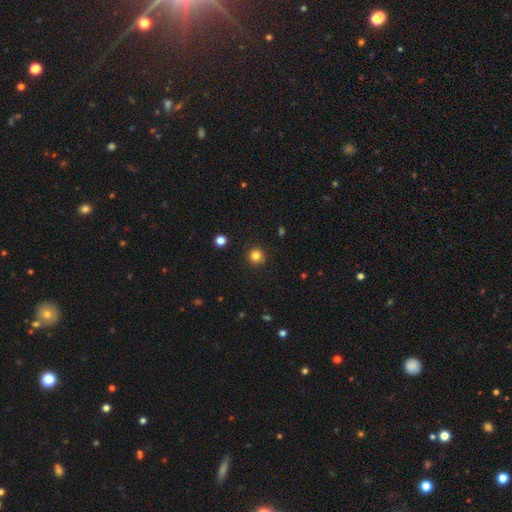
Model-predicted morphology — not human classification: A smooth galaxy with no disk features (83%) that is round (94%). Merging: none (91%).